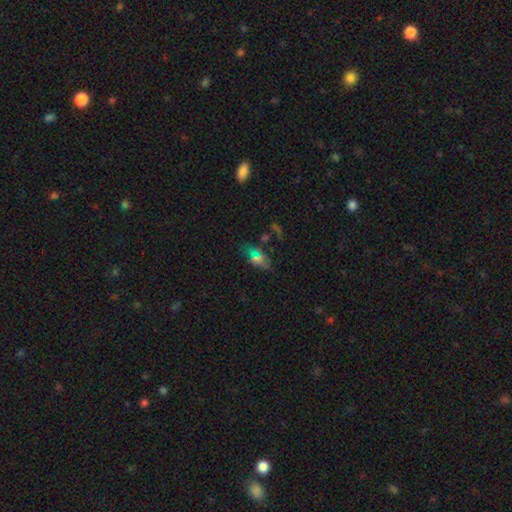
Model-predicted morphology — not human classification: Smooth or featured: smooth — 58% (star or artifact — 26%)
How rounded: in between — 87% (cigar-shaped — 7%)
Merging: none — 72% (minor disturbance — 17%)